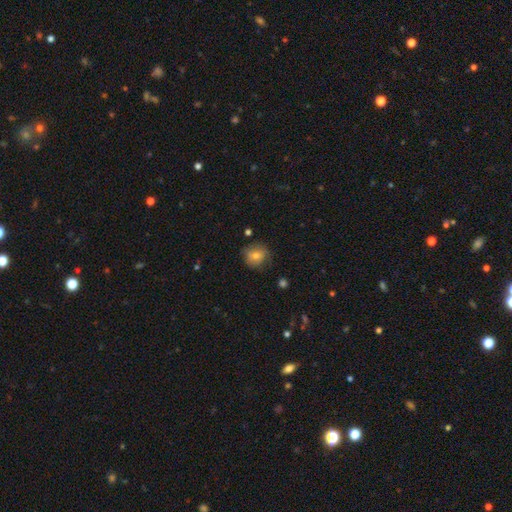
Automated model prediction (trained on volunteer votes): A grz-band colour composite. It shows a smooth galaxy with no disk features (66%) that is round (79%). Merging: none (71%).